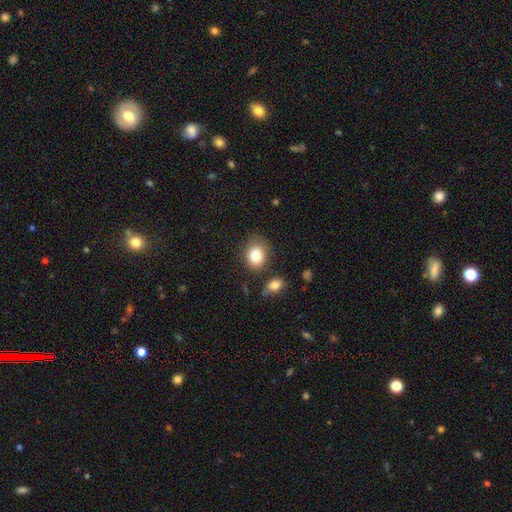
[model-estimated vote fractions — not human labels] Q: Smooth or featured?
A: smooth (84%); runner-up: star or artifact (9%)
Q: How rounded?
A: in between (56%); runner-up: round (43%)
Q: Merging?
A: none (70%); runner-up: minor disturbance (18%)